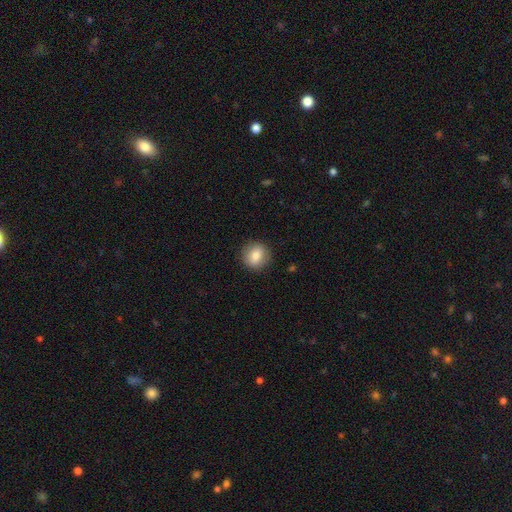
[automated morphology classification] Smooth or featured: smooth — 83% (featured or disk — 9%)
How rounded: round — 88% (in between — 11%)
Merging: none — 89% (minor disturbance — 7%)